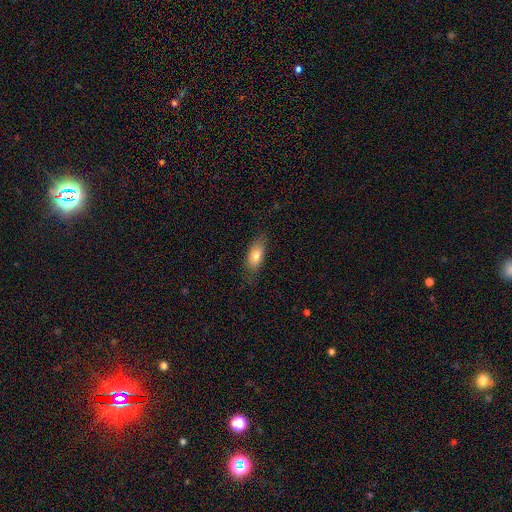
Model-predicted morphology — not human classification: Smooth or featured? smooth (77%)
How rounded? in between (82%)
Merging? none (78%)